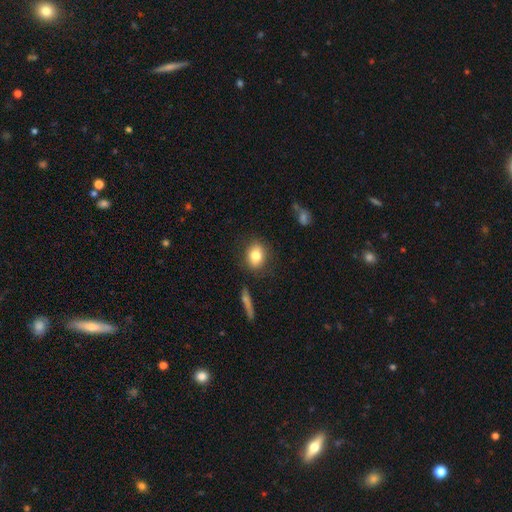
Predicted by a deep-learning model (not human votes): This appears to be a smooth galaxy with no disk features (80%) that is in between round and cigar-shaped (57%). Merging: none (83%).